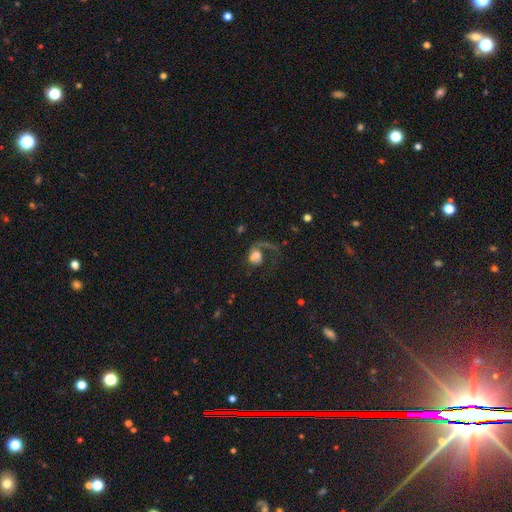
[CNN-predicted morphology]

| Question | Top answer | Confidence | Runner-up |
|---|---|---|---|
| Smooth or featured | featured or disk | 49% | smooth (41%) |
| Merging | major disturbance | 51% | none (28%) |